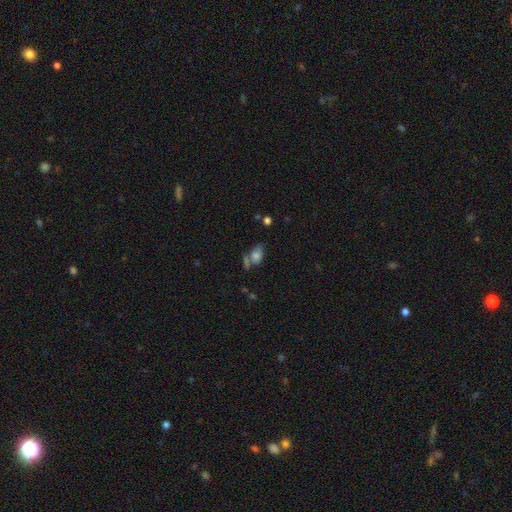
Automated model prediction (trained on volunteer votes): The model was most divided on "merging": none: 47%, merger: 23%, minor disturbance: 20%, major disturbance: 10%. More confident: how rounded — in between (82%); smooth or featured — smooth (73%).